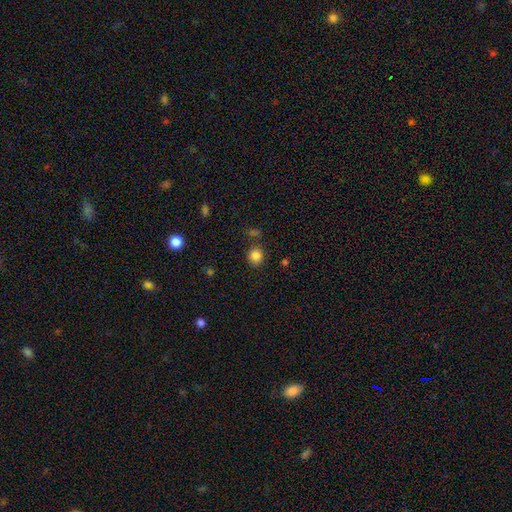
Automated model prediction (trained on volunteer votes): Smooth or featured?
  - smooth: 85% *
  - star or artifact: 11%
  - featured or disk: 4%
How rounded?
  - round: 87% *
  - in between: 12%
  - cigar-shaped: 1%
Merging?
  - none: 82% *
  - minor disturbance: 9%
  - merger: 5%
  - major disturbance: 3%